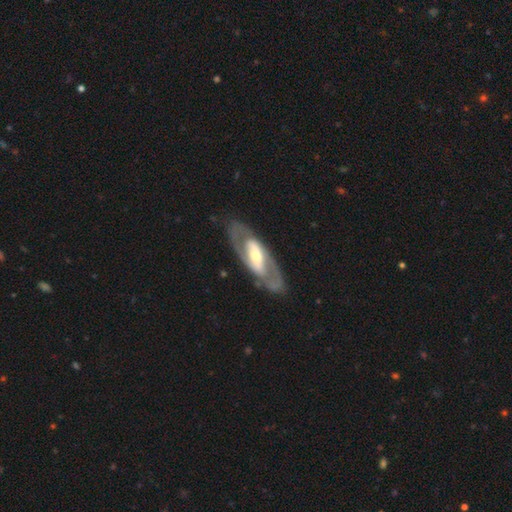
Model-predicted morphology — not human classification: The model was most divided on "bar": strong: 46%, weak: 30%, no: 24%. More confident: edge-on disk — no (87%); merging — none (80%); smooth or featured — featured or disk (79%); spiral arms — yes (67%); bulge size — moderate (54%).